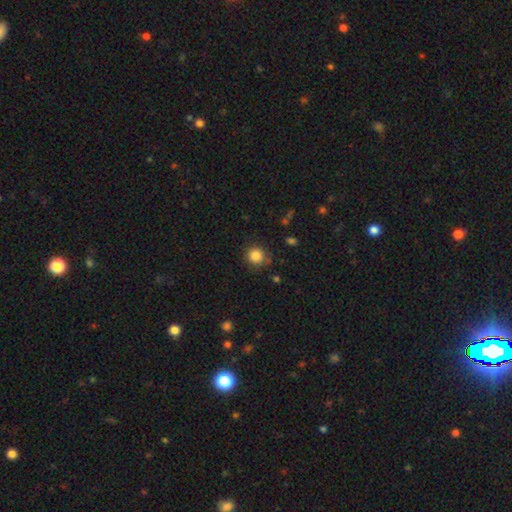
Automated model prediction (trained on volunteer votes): Smooth or featured? Predicted: smooth (p=0.84). How rounded? Predicted: round (p=0.92). Merging? Predicted: none (p=0.83).